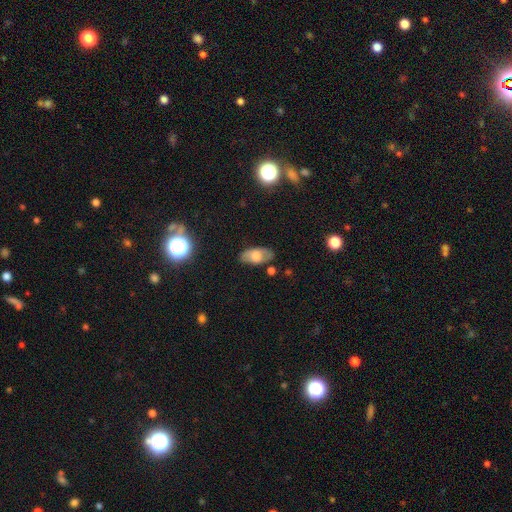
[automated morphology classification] Smooth or featured?
  - smooth: 61% *
  - featured or disk: 30%
  - star or artifact: 9%
How rounded?
  - in between: 91% *
  - cigar-shaped: 5%
  - round: 4%
Merging?
  - none: 78% *
  - minor disturbance: 16%
  - major disturbance: 4%
  - merger: 2%